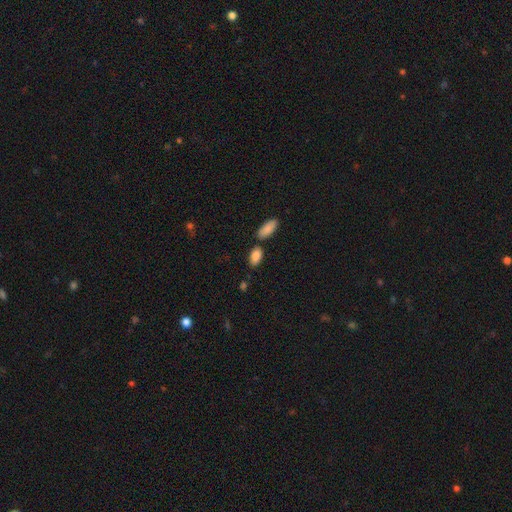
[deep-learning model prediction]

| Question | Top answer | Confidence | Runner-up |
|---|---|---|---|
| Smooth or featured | smooth | 88% | star or artifact (7%) |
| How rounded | in between | 92% | cigar-shaped (5%) |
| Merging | none | 72% | merger (14%) |